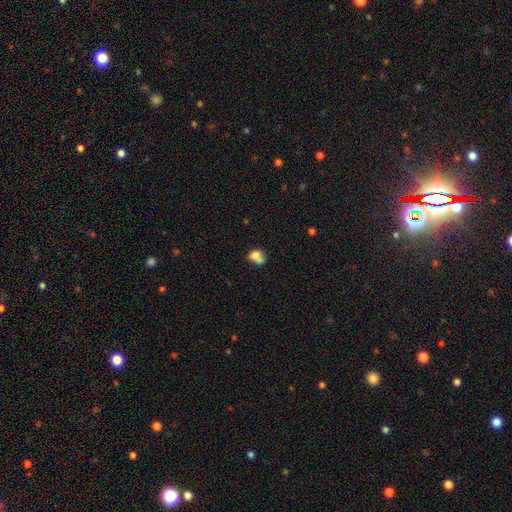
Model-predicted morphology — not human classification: Smooth or featured: smooth — 73% (featured or disk — 17%)
How rounded: in between — 52% (round — 46%)
Merging: merger — 54% (none — 26%)